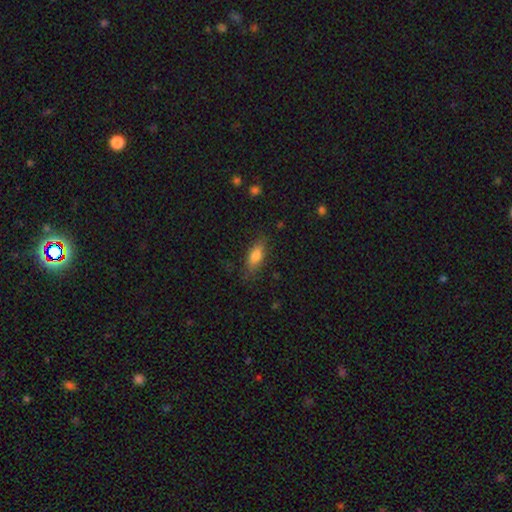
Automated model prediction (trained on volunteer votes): smooth 76%, featured or disk 17%, star or artifact 7%. Down the decision tree: how rounded — in between (72%); merging — none (77%).